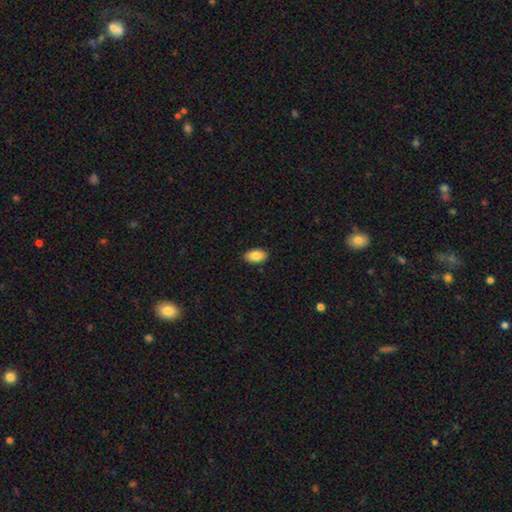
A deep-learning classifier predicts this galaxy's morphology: This appears to be a smooth galaxy with no disk features (86%) that is in between round and cigar-shaped (93%). Merging: none (89%).